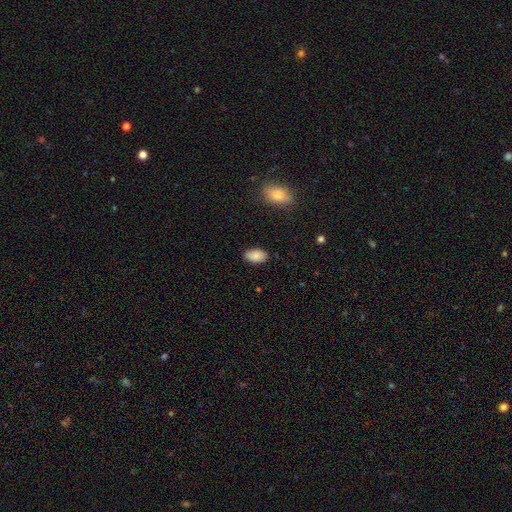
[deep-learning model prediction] Q: Smooth or featured?
A: smooth (88%); runner-up: star or artifact (7%)
Q: How rounded?
A: in between (92%); runner-up: round (7%)
Q: Merging?
A: none (85%); runner-up: minor disturbance (12%)